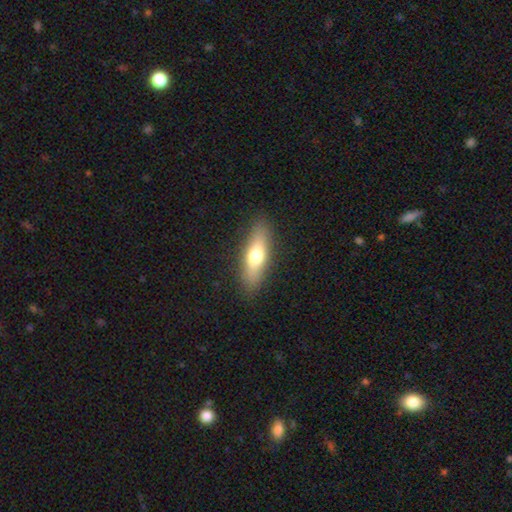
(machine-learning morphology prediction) smooth_or_featured: smooth (p=0.66) [alt: featured or disk p=0.27]
how_rounded: cigar-shaped (p=0.50) [alt: in between p=0.47]
merging: none (p=0.88) [alt: minor disturbance p=0.09]